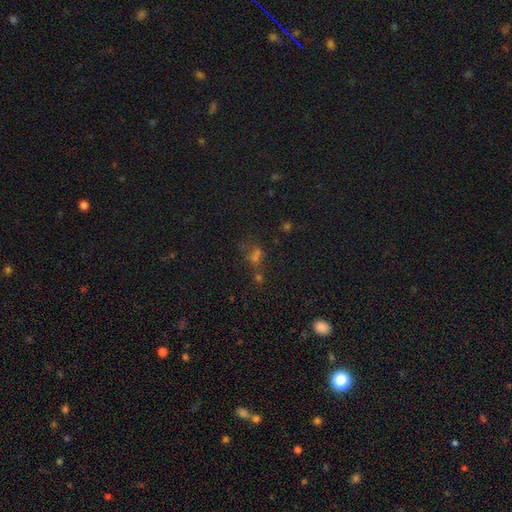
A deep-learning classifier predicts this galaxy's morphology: smooth-or-featured: star or artifact: 46% | smooth: 38% | featured or disk: 16%